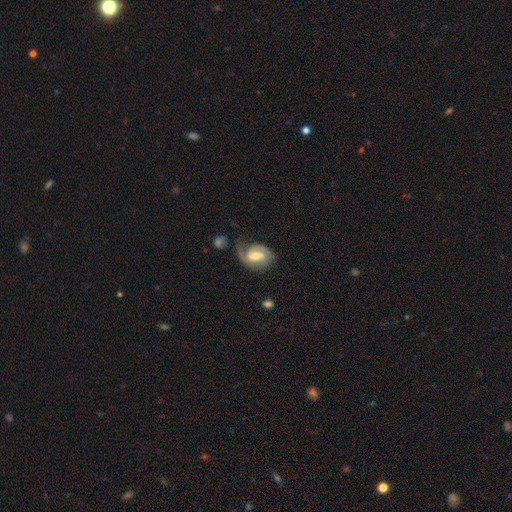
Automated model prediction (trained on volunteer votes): smooth-or-featured: featured or disk: 72% | smooth: 22% | star or artifact: 6%
  disk-edge-on: no: 97% | yes: 3%
    bar: weak: 53% | no: 26% | strong: 21%
    has-spiral-arms: yes: 92% | no: 8%
      spiral-winding: medium: 44% | tight: 38% | loose: 18%
      spiral-arm-count: 2: 64% | 1: 21% | can't tell: 10% | 3: 3% | 4: 1% | more than 4: 1%
    bulge-size: moderate: 53% | small: 29% | large: 11% | none: 5% | dominant: 2%
  merging: none: 52% | minor disturbance: 25% | major disturbance: 19% | merger: 4%